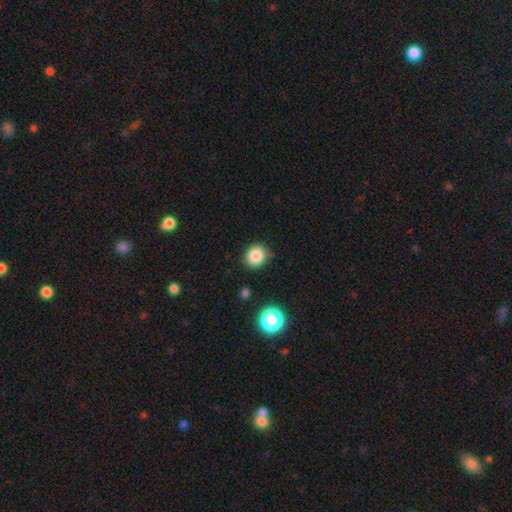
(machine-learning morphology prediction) Smooth or featured? smooth (84%)
How rounded? round (76%)
Merging? none (84%)